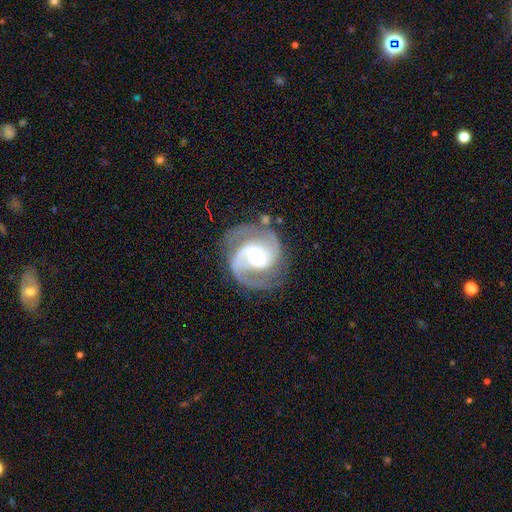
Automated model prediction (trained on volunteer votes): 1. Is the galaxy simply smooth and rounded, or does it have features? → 91% featured or disk, 4% smooth, 4% star or artifact.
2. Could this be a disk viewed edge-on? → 98% no, 2% yes.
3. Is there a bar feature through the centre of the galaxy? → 44% no, 41% weak, 15% strong.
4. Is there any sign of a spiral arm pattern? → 98% yes, 2% no.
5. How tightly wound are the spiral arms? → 56% medium, 32% tight, 12% loose.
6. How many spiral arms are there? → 87% 2, 5% 3, 3% can't tell, 2% 1, 1% 4, 1% more than 4.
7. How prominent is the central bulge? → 67% moderate, 16% small, 14% large, 1% dominant, 1% none.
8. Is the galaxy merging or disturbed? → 75% none, 15% minor disturbance, 7% major disturbance, 2% merger.